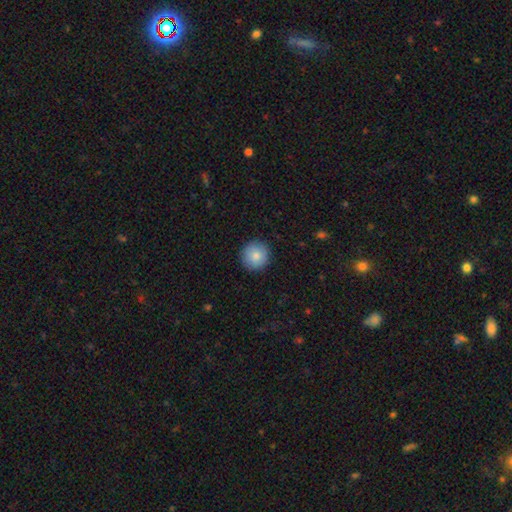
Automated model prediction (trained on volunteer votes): Morphology: type=smooth (84%); roundness=round (95%); merging=none (91%).